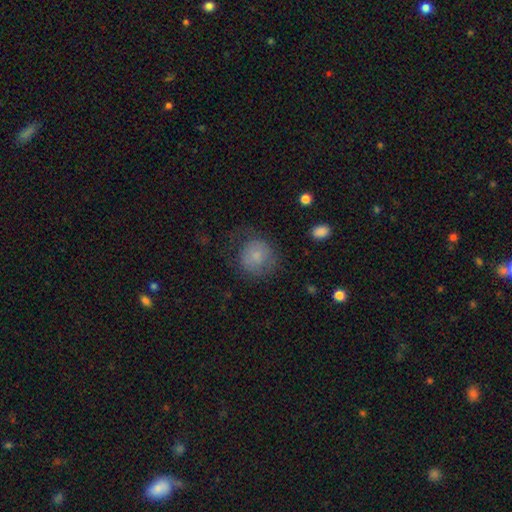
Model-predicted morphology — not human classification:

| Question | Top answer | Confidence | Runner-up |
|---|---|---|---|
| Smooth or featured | smooth | 76% | featured or disk (16%) |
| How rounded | round | 87% | in between (12%) |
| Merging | none | 57% | minor disturbance (22%) |